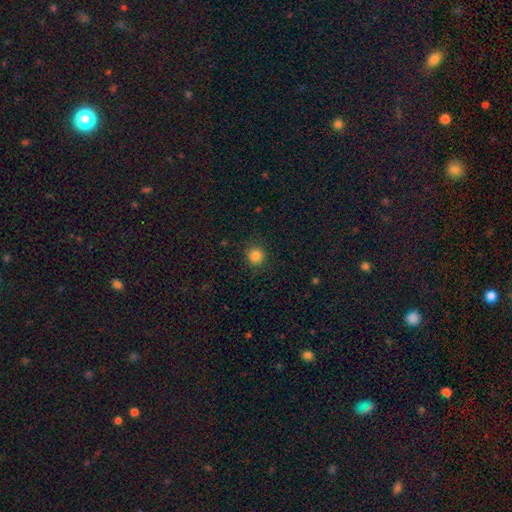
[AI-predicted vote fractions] Morphology: type=smooth (84%); roundness=round (90%); merging=none (88%).